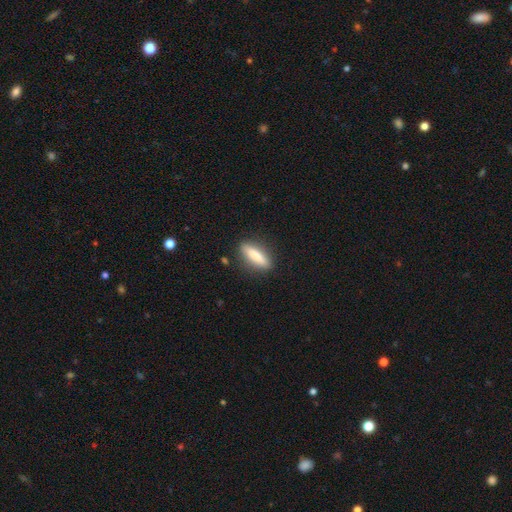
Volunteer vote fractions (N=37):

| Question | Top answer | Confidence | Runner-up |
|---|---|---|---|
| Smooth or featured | smooth | 84% | featured or disk (14%) |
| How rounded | cigar-shaped | 68% | in between (32%) |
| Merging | none | 86% | minor disturbance (8%) |